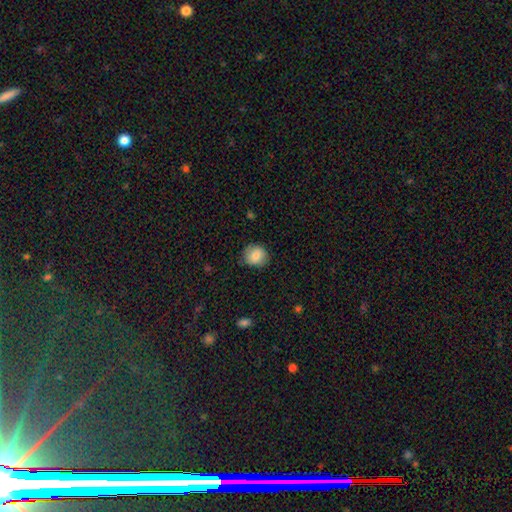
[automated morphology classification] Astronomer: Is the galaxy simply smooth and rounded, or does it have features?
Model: smooth — 84%.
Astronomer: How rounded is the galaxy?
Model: round — 82%.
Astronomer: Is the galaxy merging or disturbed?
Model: none — 81%.